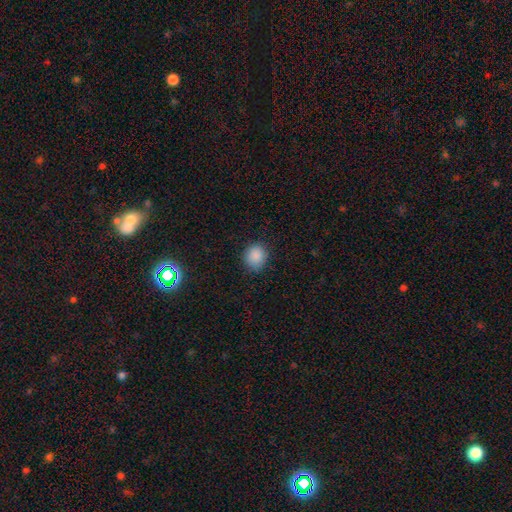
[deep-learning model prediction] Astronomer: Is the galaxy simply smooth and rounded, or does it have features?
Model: smooth — 87%.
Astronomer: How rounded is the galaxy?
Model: round — 78%.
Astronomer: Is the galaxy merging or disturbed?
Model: none — 85%.